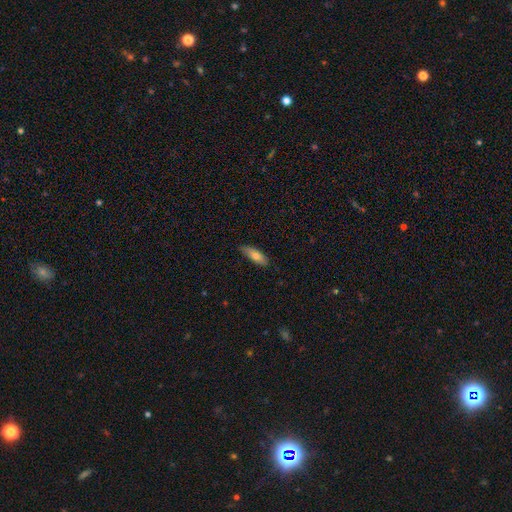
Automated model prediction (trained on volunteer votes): smooth 75%, featured or disk 18%, star or artifact 6%. Down the decision tree: how rounded — in between (57%); merging — none (79%).